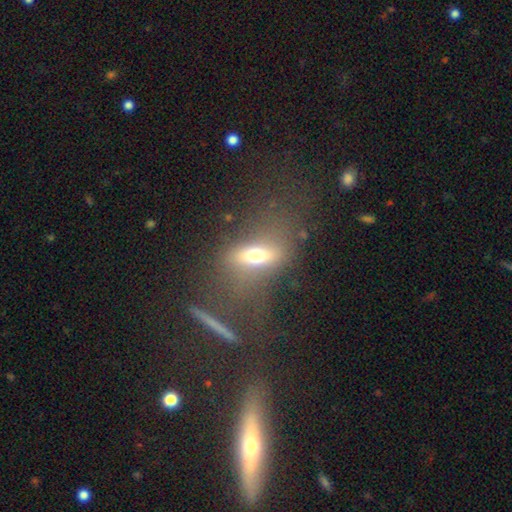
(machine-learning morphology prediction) This is possibly a smooth galaxy (55%). How rounded: likely in between (65%). Merging: possibly none (58%).